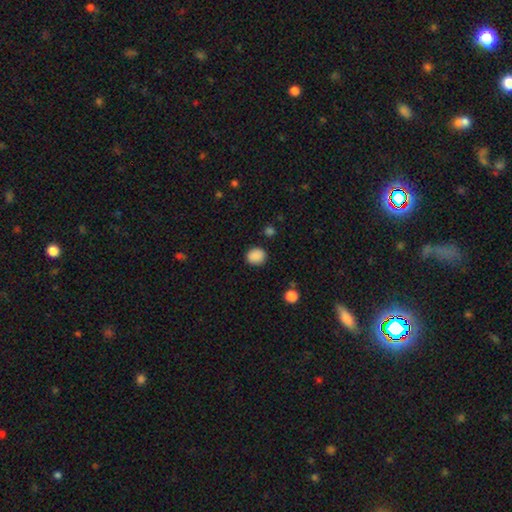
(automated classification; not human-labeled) Smooth or featured? smooth (88%)
How rounded? round (75%)
Merging? none (87%)